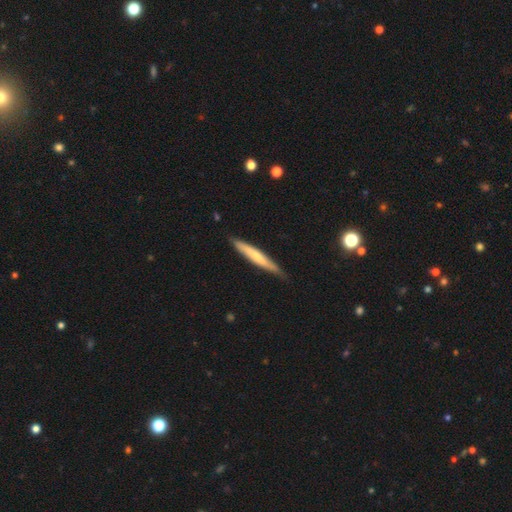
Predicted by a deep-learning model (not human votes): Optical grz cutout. It shows a smooth galaxy with no disk features (58%) that is cigar-shaped (95%). Merging: none (80%).